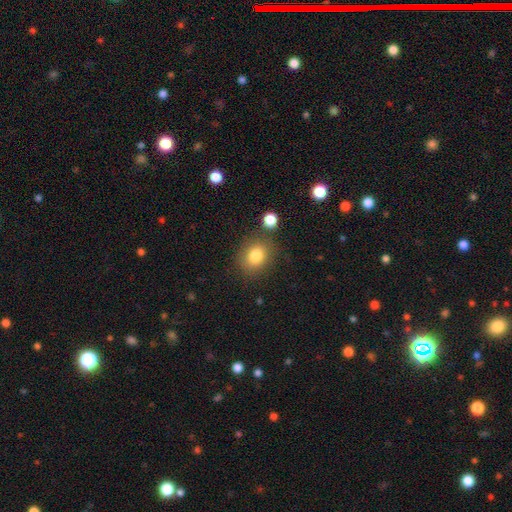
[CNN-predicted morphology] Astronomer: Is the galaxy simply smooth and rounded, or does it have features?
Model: smooth — 81%.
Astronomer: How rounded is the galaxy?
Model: round — 58% (runner-up: in between, 41%).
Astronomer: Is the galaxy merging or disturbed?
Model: none — 78%.